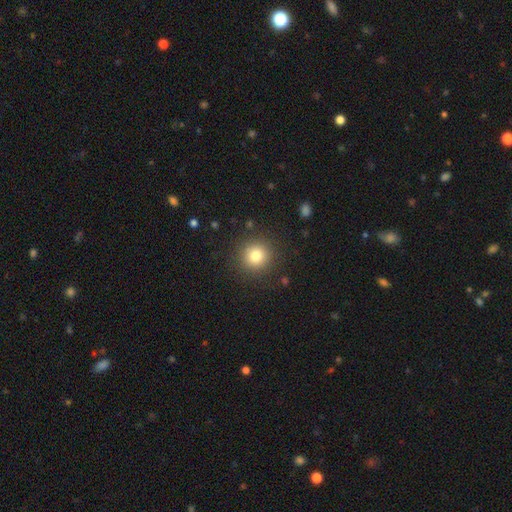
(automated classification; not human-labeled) Smooth or featured? smooth (80%)
How rounded? round (93%)
Merging? none (89%)